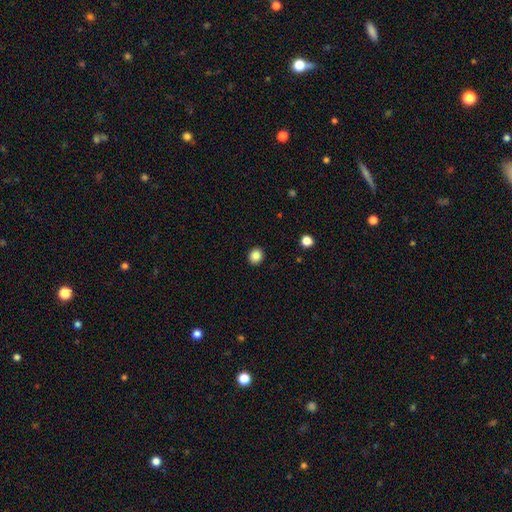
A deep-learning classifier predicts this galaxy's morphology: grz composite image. It shows a smooth galaxy with no disk features (86%) that is round (79%). Merging: none (92%).